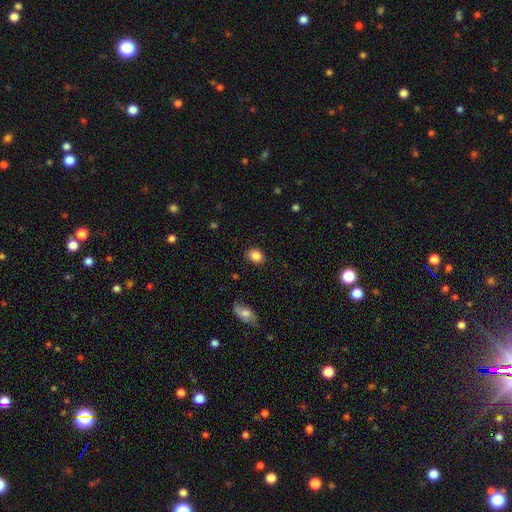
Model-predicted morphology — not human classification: Smooth or featured? smooth (86%)
How rounded? in between (51%)
Merging? none (85%)